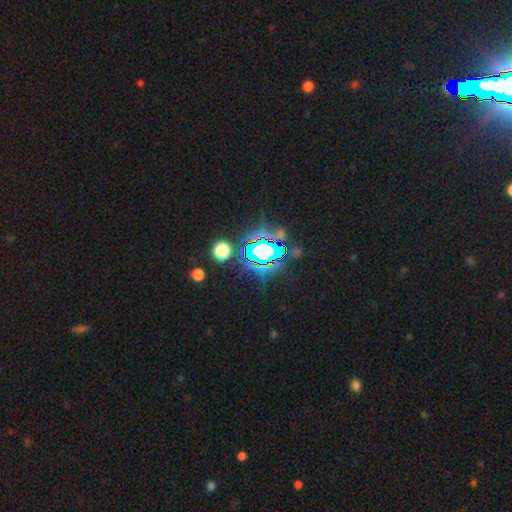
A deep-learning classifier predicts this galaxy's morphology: Smooth or featured? star or artifact (72%)